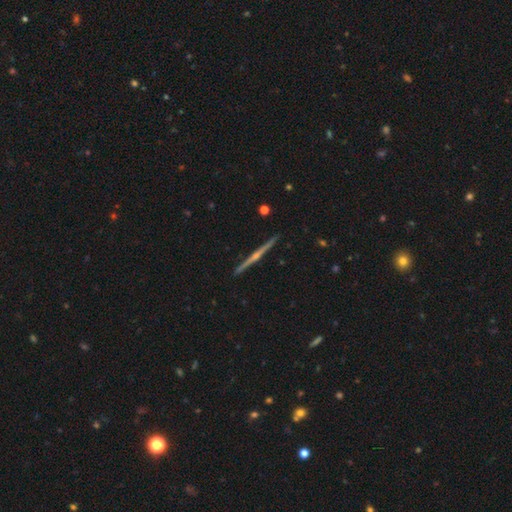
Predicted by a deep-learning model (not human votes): Q: Smooth or featured?
A: featured or disk (84%); runner-up: smooth (11%)
Q: Edge-on disk?
A: yes (99%); runner-up: no (1%)
Q: Edge-on bulge?
A: rounded (82%); runner-up: none (13%)
Q: Merging?
A: none (93%); runner-up: minor disturbance (5%)